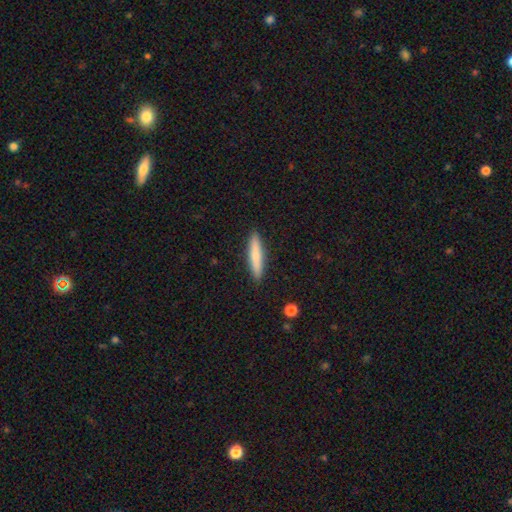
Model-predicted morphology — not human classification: A smooth galaxy with no disk features (75%) that is cigar-shaped (90%).

Vote fractions:
- Smooth or featured? smooth: 75% / featured or disk: 19% / star or artifact: 6%
- How rounded? cigar-shaped: 90% / in between: 8% / round: 1%
- Merging? none: 91% / minor disturbance: 6% / major disturbance: 1% / merger: 1%